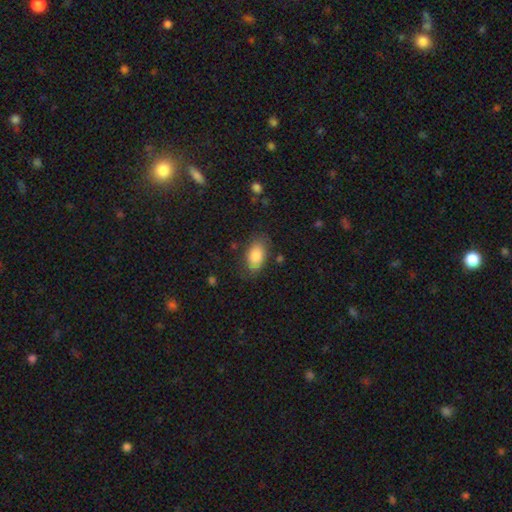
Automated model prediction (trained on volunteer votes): smooth-or-featured: smooth: 85% | featured or disk: 8% | star or artifact: 7%
  how-rounded: in between: 92% | round: 5% | cigar-shaped: 3%
  merging: none: 76% | minor disturbance: 17% | major disturbance: 5% | merger: 2%